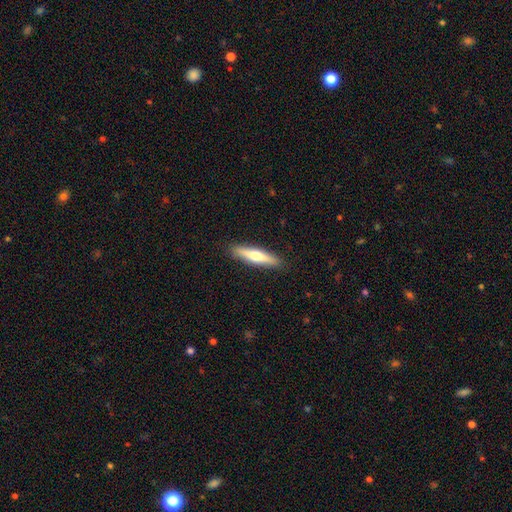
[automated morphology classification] Smooth or featured: smooth — 56% (featured or disk — 39%)
How rounded: cigar-shaped — 82% (in between — 16%)
Merging: none — 90% (minor disturbance — 7%)